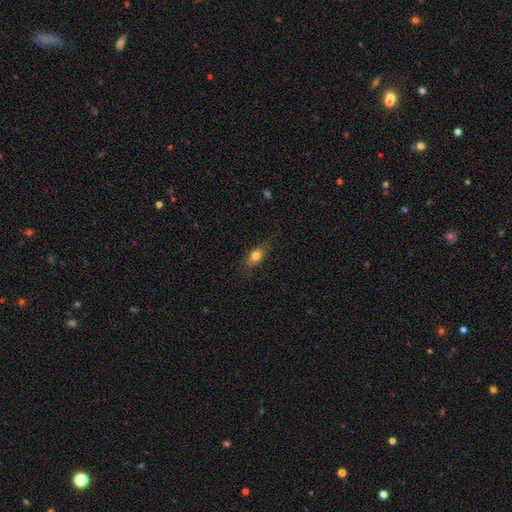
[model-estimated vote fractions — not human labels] Smooth or featured? Predicted: smooth (p=0.74). How rounded? Predicted: in between (p=0.76). Merging? Predicted: none (p=0.77).